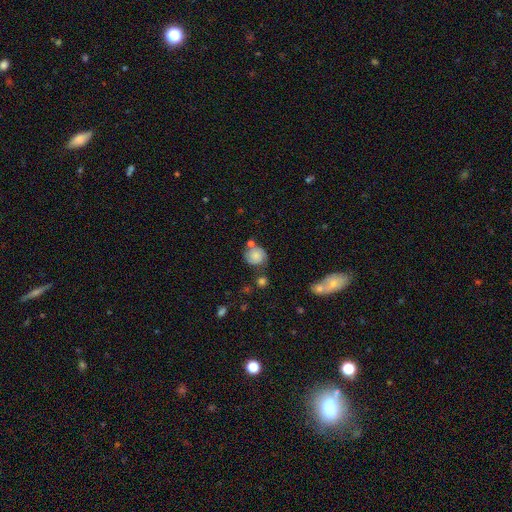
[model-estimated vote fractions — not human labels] Smooth or featured: smooth — 57% (featured or disk — 33%)
How rounded: round — 80% (in between — 18%)
Merging: none — 58% (minor disturbance — 20%)